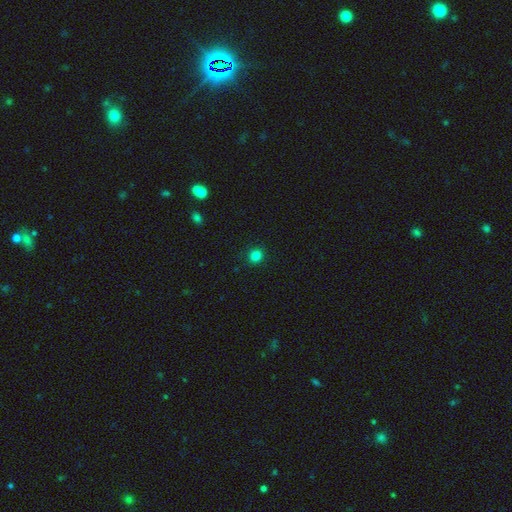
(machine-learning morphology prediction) smooth-or-featured: smooth: 82% | star or artifact: 14% | featured or disk: 4%
  how-rounded: round: 85% | in between: 14% | cigar-shaped: 1%
  merging: none: 91% | minor disturbance: 6% | major disturbance: 2% | merger: 1%